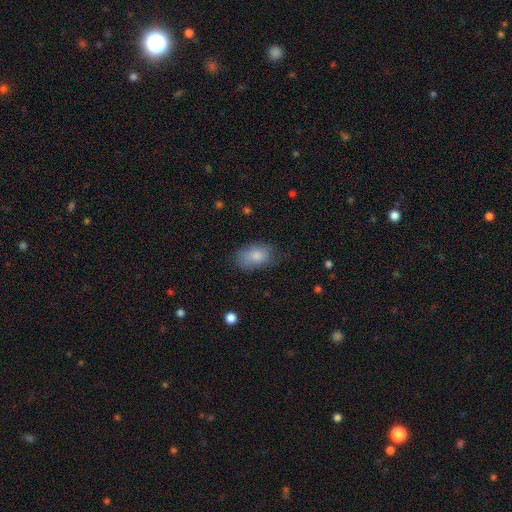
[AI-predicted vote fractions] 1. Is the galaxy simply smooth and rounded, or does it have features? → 81% smooth, 11% featured or disk, 8% star or artifact.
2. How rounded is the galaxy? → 89% in between, 10% round, 2% cigar-shaped.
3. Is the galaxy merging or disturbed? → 62% none, 27% minor disturbance, 9% major disturbance, 2% merger.